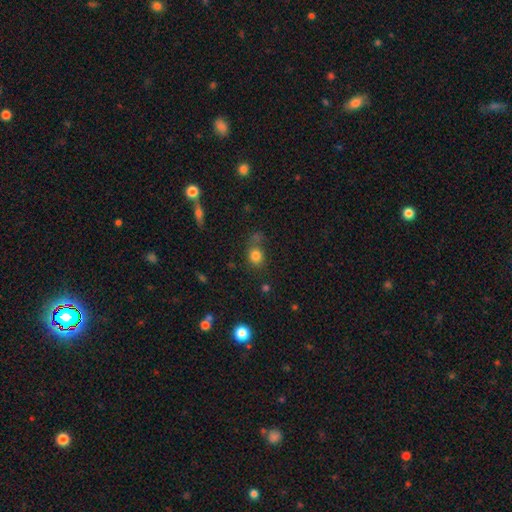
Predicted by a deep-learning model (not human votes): Q: Smooth or featured?
A: smooth (80%); runner-up: star or artifact (13%)
Q: How rounded?
A: round (65%); runner-up: in between (34%)
Q: Merging?
A: none (63%); runner-up: minor disturbance (17%)